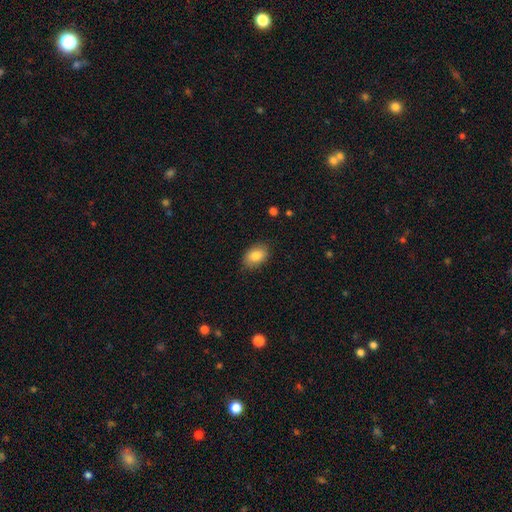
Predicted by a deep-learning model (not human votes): The model was most divided on "how rounded": in between: 84%, round: 15%, cigar-shaped: 1%. More confident: merging — none (84%); smooth or featured — smooth (84%).